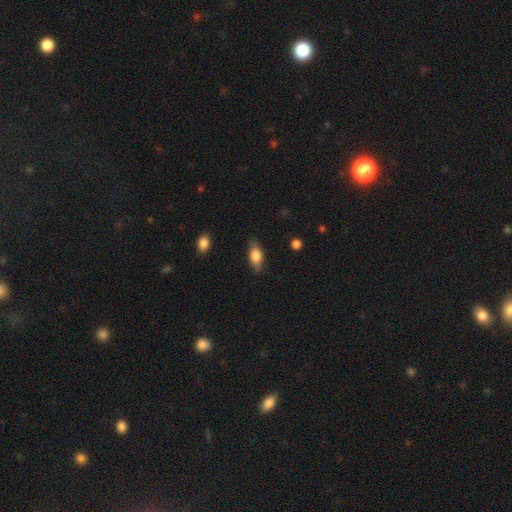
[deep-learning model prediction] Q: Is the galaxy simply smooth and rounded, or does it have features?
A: smooth — 71%.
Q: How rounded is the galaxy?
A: in between — 81%.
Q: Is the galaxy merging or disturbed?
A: none — 81%.